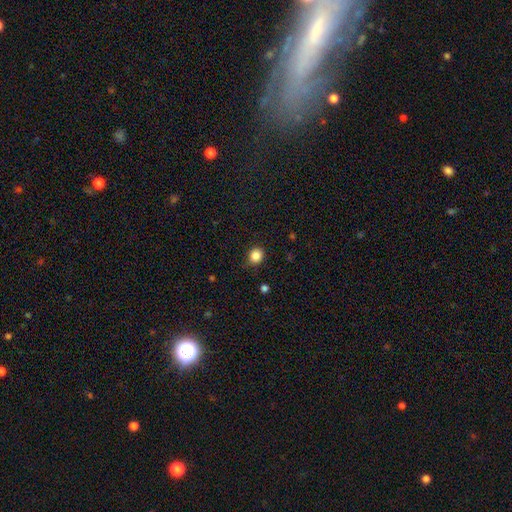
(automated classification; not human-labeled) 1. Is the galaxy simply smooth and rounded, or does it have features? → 85% smooth, 11% star or artifact, 4% featured or disk.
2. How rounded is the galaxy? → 79% round, 20% in between, 1% cigar-shaped.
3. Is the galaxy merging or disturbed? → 81% none, 15% minor disturbance, 3% major disturbance, 1% merger.